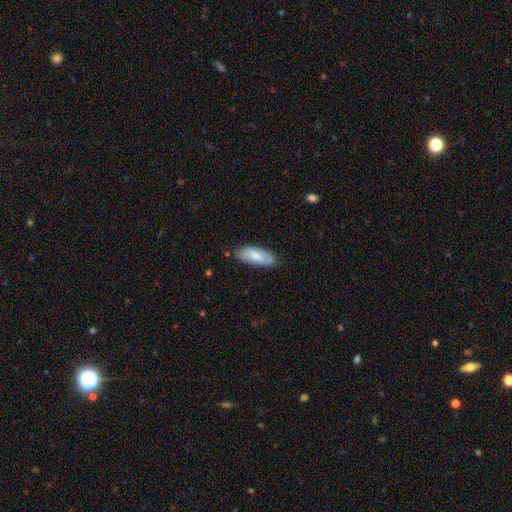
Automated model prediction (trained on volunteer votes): This is likely a smooth galaxy (76%). How rounded: likely in between (77%). Merging: likely none (76%).